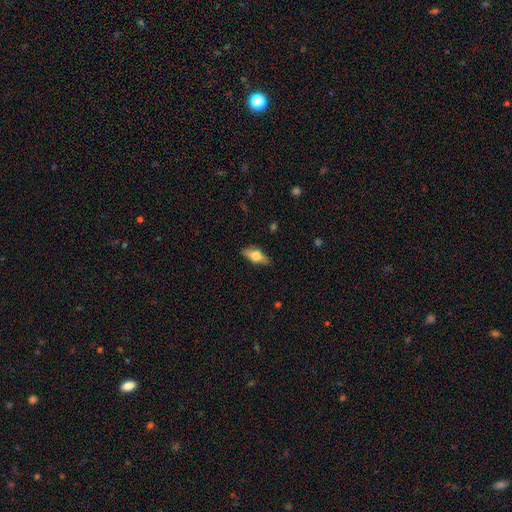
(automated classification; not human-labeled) The model was most divided on "smooth or featured": smooth: 47%, featured or disk: 46%, star or artifact: 7%. More confident: merging — none (83%).